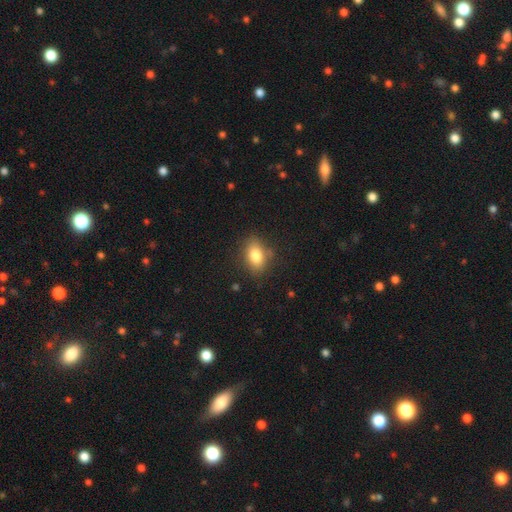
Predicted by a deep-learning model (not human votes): Smooth or featured? Predicted: smooth (p=0.81). How rounded? Predicted: in between (p=0.79). Merging? Predicted: none (p=0.80).